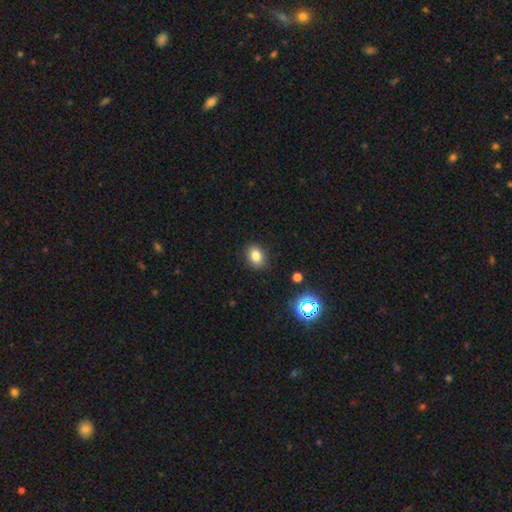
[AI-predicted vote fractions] The model was most divided on "how rounded": in between: 67%, round: 32%, cigar-shaped: 1%. More confident: merging — none (87%); smooth or featured — smooth (81%).